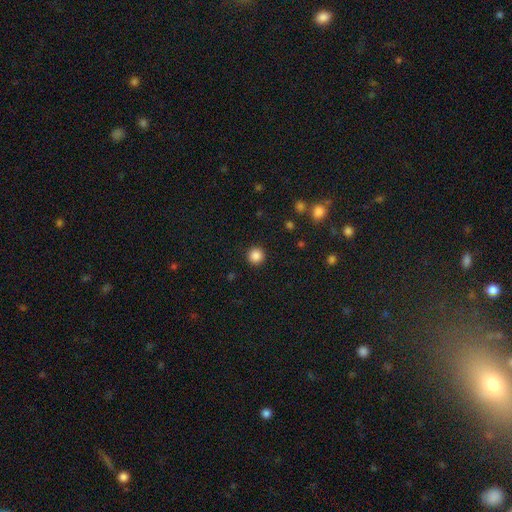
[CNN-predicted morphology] Overall: smooth (86%). How rounded: round (95%). Merging: none (92%).